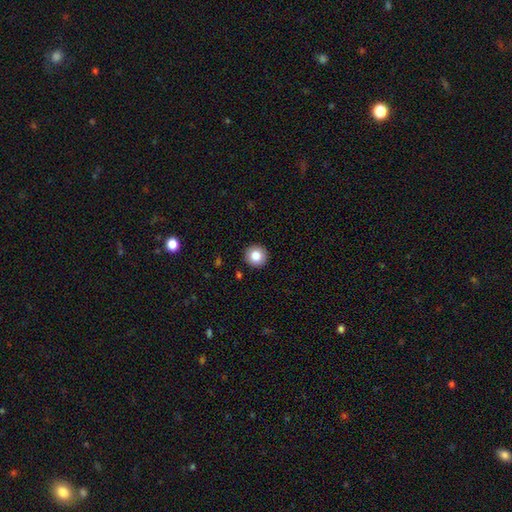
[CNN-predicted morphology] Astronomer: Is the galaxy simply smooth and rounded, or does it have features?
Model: smooth — 84%.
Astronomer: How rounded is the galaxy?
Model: round — 95%.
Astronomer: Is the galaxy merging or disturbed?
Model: none — 92%.